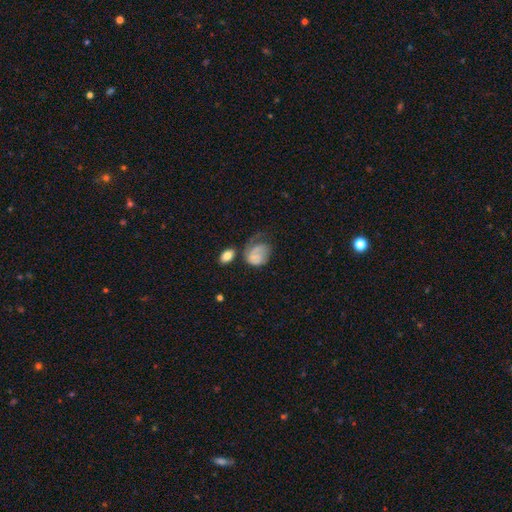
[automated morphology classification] smooth-or-featured: smooth: 57% | featured or disk: 34% | star or artifact: 9%
  how-rounded: in between: 57% | round: 42% | cigar-shaped: 1%
  merging: major disturbance: 43% | minor disturbance: 25% | none: 24% | merger: 7%